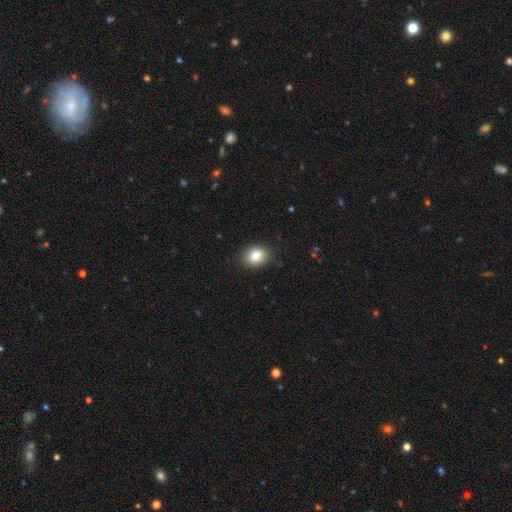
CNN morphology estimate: Smooth or featured? smooth (84%)
How rounded? in between (56%)
Merging? none (87%)